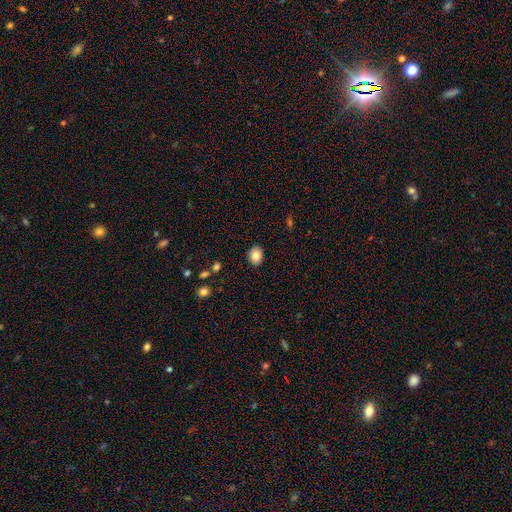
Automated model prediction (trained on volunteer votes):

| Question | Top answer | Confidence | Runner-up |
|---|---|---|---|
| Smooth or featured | smooth | 85% | star or artifact (8%) |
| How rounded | in between | 59% | round (41%) |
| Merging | none | 88% | minor disturbance (9%) |